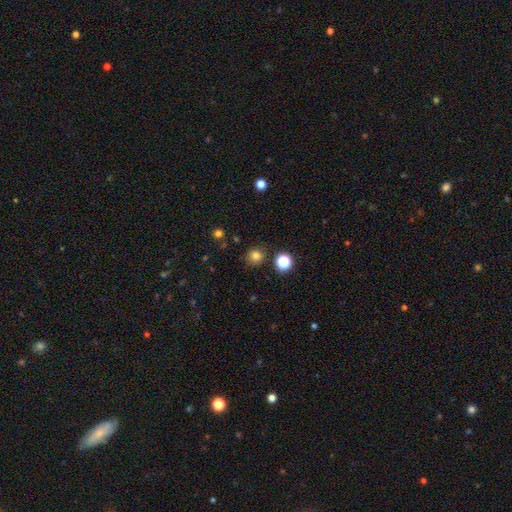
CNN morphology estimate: Smooth or featured? smooth (79%)
How rounded? round (89%)
Merging? none (85%)